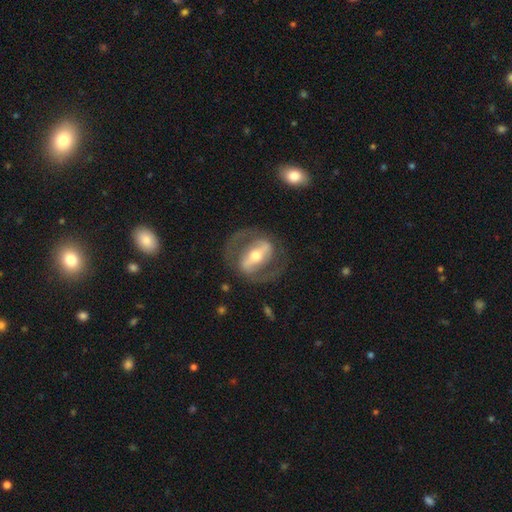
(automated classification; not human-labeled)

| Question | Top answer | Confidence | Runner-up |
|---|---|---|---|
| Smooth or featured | featured or disk | 84% | smooth (12%) |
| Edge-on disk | no | 93% | yes (7%) |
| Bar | strong | 71% | weak (19%) |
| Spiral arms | yes | 73% | no (27%) |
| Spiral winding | medium | 51% | tight (30%) |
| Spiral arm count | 2 | 87% | can't tell (7%) |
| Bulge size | moderate | 65% | small (26%) |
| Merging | none | 75% | minor disturbance (12%) |